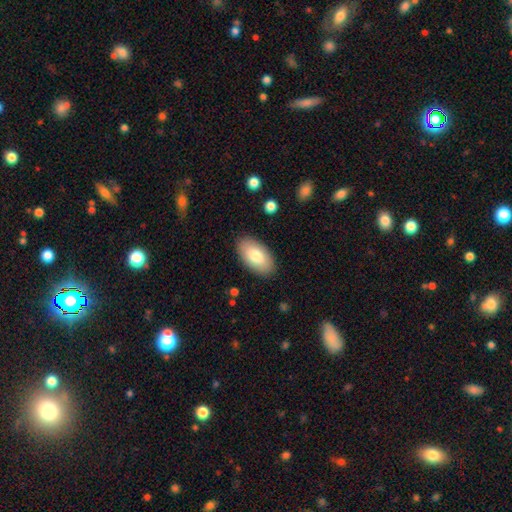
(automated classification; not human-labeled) smooth_or_featured: smooth (p=0.80) [alt: featured or disk p=0.14]
how_rounded: in between (p=0.96) [alt: round p=0.03]
merging: none (p=0.87) [alt: minor disturbance p=0.09]